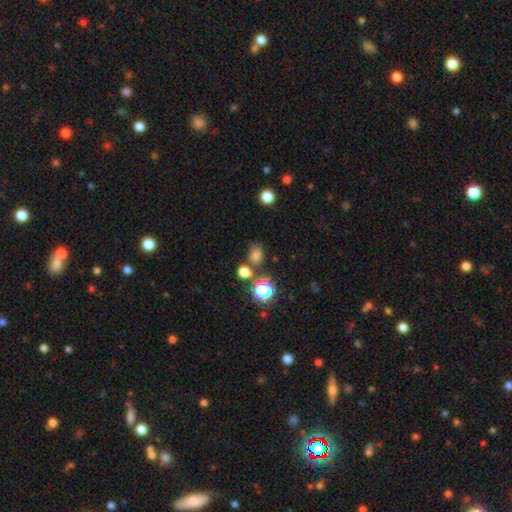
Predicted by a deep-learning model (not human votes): The model was most divided on "how rounded": in between: 51%, round: 48%, cigar-shaped: 1%. More confident: smooth or featured — smooth (73%); merging — none (68%).